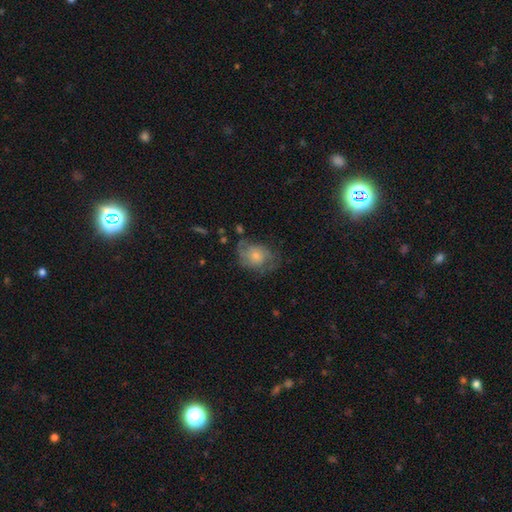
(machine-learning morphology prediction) smooth-or-featured: smooth: 47% | featured or disk: 45% | star or artifact: 8%
  merging: none: 50% | minor disturbance: 28% | major disturbance: 20% | merger: 3%